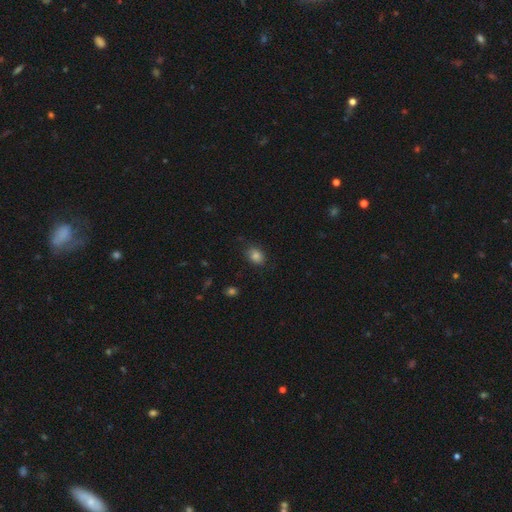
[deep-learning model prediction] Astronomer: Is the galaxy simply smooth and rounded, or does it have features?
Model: smooth — 83%.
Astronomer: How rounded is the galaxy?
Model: in between — 61% (runner-up: round, 38%).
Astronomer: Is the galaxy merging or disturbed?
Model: none — 79%.